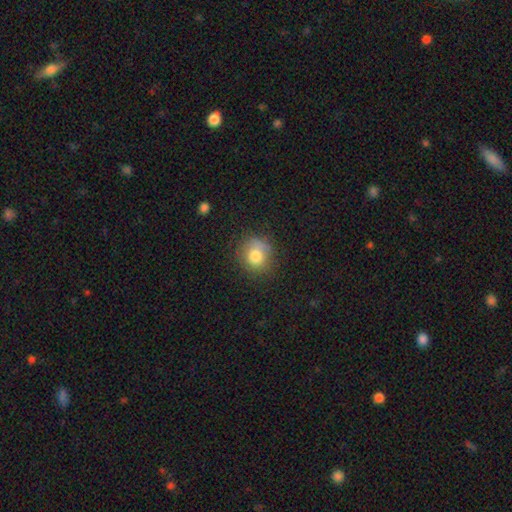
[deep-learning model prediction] Smooth or featured: smooth — 78% (star or artifact — 11%)
How rounded: round — 82% (in between — 17%)
Merging: none — 70% (minor disturbance — 21%)